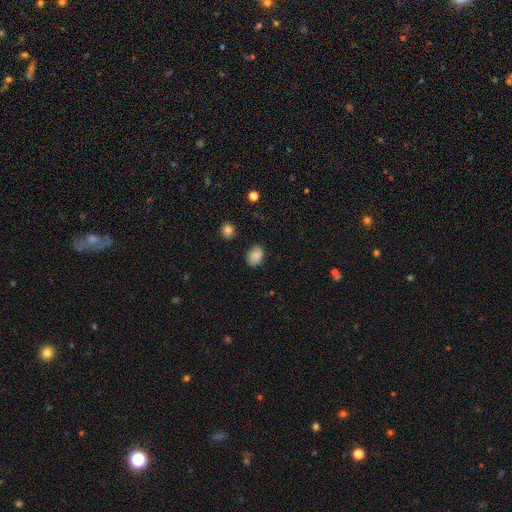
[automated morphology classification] Smooth or featured: smooth — 87% (star or artifact — 9%)
How rounded: in between — 71% (round — 28%)
Merging: none — 84% (minor disturbance — 12%)